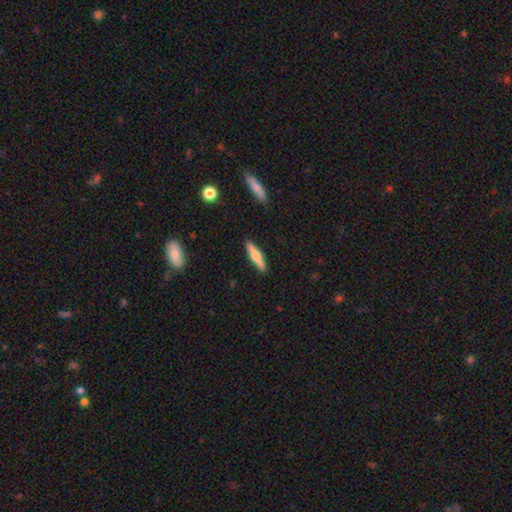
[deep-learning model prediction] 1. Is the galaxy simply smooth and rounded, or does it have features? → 50% smooth, 44% featured or disk, 6% star or artifact.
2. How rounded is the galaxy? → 80% cigar-shaped, 18% in between, 2% round.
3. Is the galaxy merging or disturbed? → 90% none, 7% minor disturbance, 2% major disturbance, 2% merger.